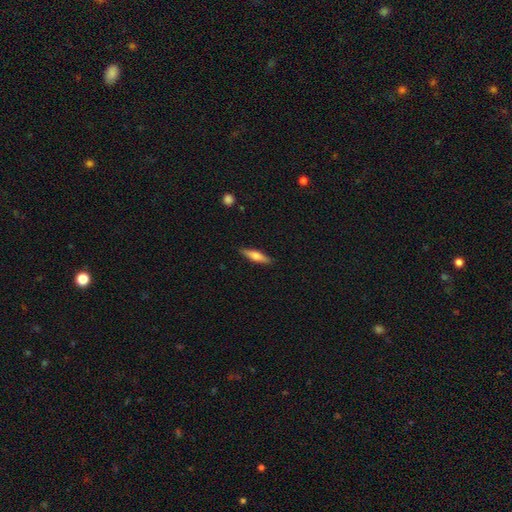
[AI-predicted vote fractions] A smooth galaxy with no disk features (59%) that is cigar-shaped (71%). Merging: none (89%).